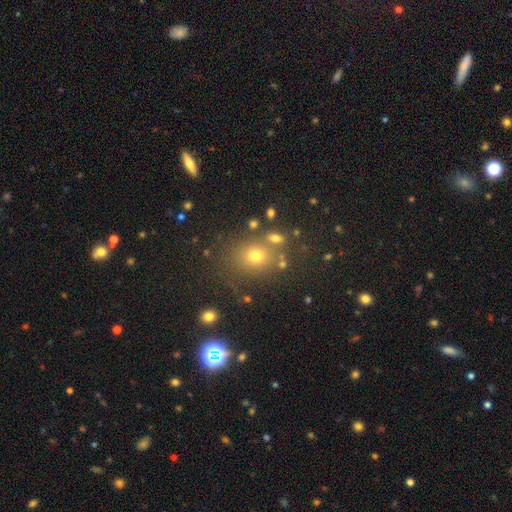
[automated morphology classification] A smooth galaxy with no disk features (67%) that is round (68%).

Vote fractions:
- Smooth or featured? smooth: 67% / star or artifact: 22% / featured or disk: 11%
- How rounded? round: 68% / in between: 31% / cigar-shaped: 1%
- Merging? none: 71% / merger: 12% / minor disturbance: 12% / major disturbance: 5%